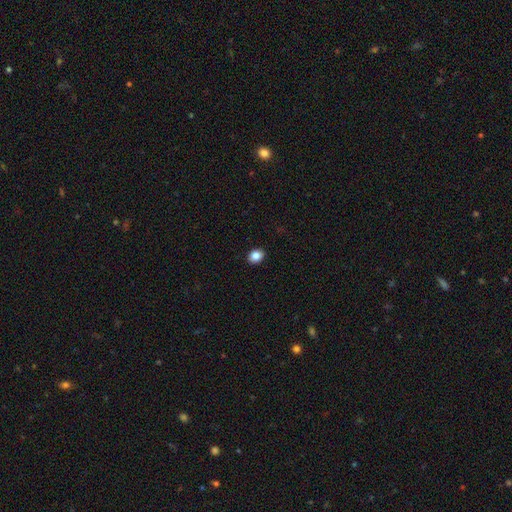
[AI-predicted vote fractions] The model was most divided on "how rounded": round: 54%, in between: 45%, cigar-shaped: 1%. More confident: merging — none (92%); smooth or featured — smooth (86%).